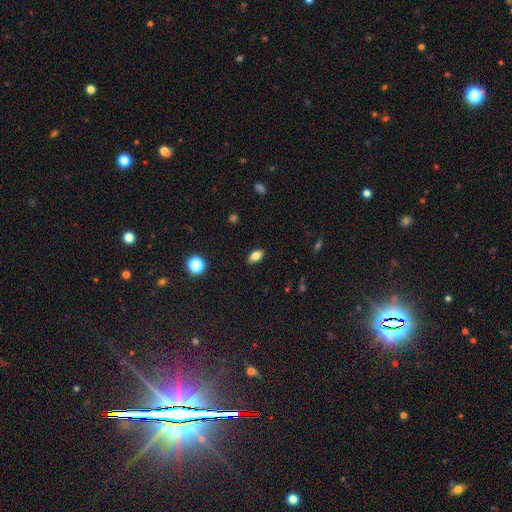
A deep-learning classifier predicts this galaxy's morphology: A smooth galaxy with no disk features (81%) that is in between round and cigar-shaped (87%).

Vote fractions:
- Smooth or featured? smooth: 81% / star or artifact: 10% / featured or disk: 9%
- How rounded? in between: 87% / round: 8% / cigar-shaped: 5%
- Merging? none: 86% / minor disturbance: 11% / major disturbance: 2% / merger: 1%